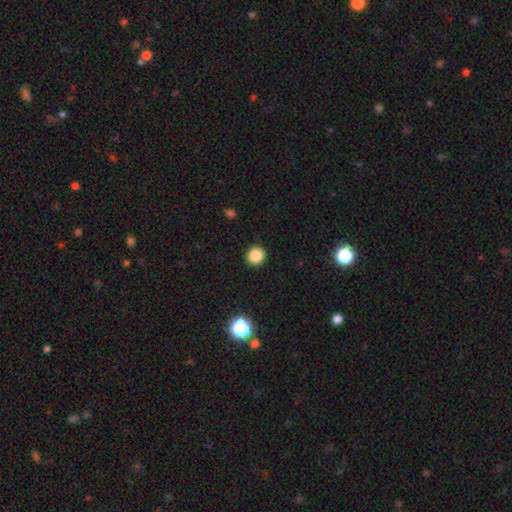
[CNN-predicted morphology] smooth_or_featured: smooth (p=0.86) [alt: star or artifact p=0.11]
how_rounded: round (p=0.94) [alt: in between p=0.05]
merging: none (p=0.92) [alt: minor disturbance p=0.05]